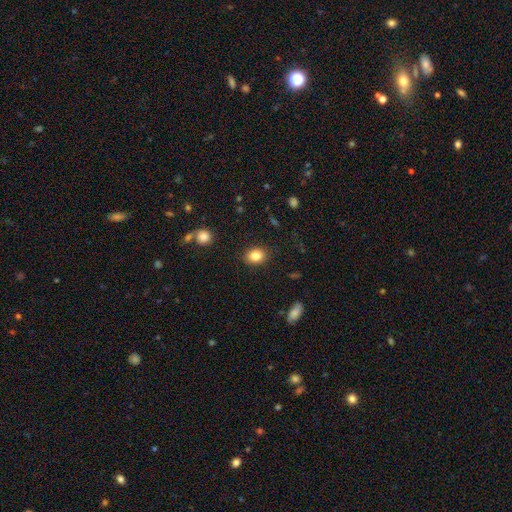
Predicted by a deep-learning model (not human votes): Q: Smooth or featured?
A: smooth (84%); runner-up: star or artifact (9%)
Q: How rounded?
A: in between (53%); runner-up: round (46%)
Q: Merging?
A: none (88%); runner-up: minor disturbance (8%)